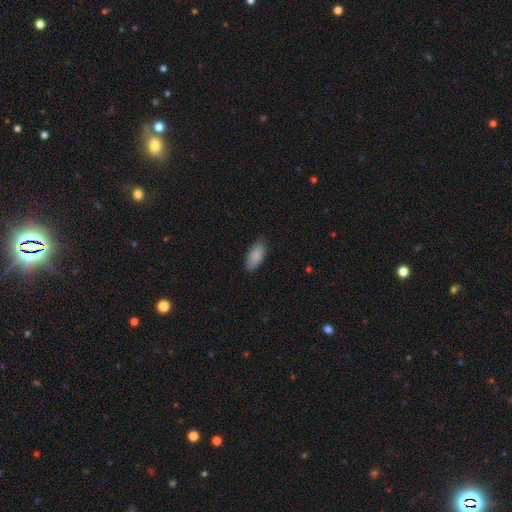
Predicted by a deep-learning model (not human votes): This is clearly a smooth galaxy (88%). How rounded: clearly in between (92%). Merging: clearly none (84%).